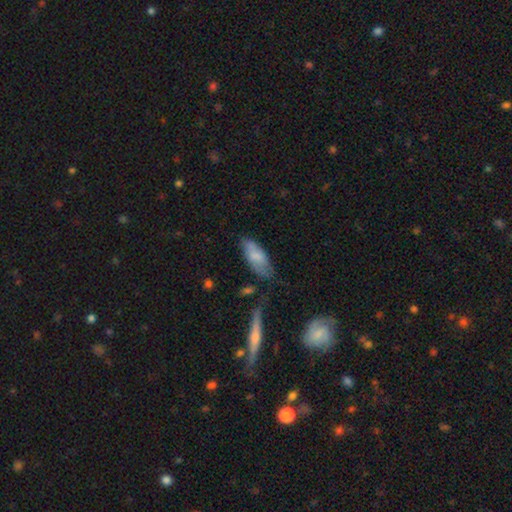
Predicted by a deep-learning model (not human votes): smooth-or-featured: smooth: 72% | featured or disk: 21% | star or artifact: 7%
  how-rounded: in between: 82% | cigar-shaped: 16% | round: 2%
  merging: none: 57% | minor disturbance: 28% | major disturbance: 9% | merger: 5%